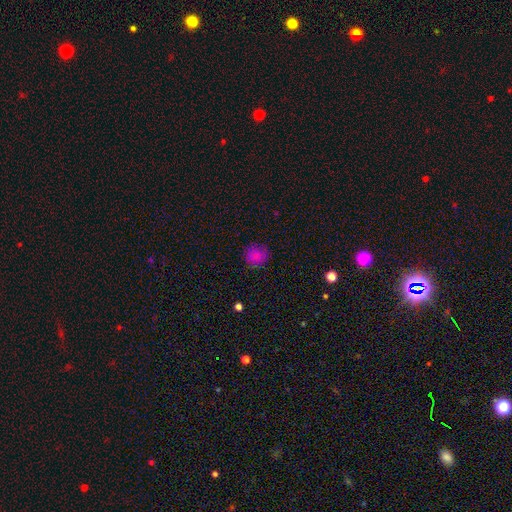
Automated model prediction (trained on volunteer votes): Smooth or featured: smooth — 74% (star or artifact — 19%)
How rounded: round — 88% (in between — 11%)
Merging: none — 83% (minor disturbance — 12%)